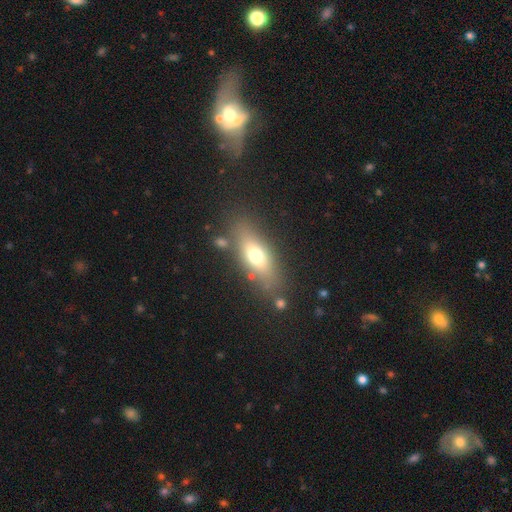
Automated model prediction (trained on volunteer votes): Morphology: type=smooth (63%); roundness=in between (66%); merging=none (77%).